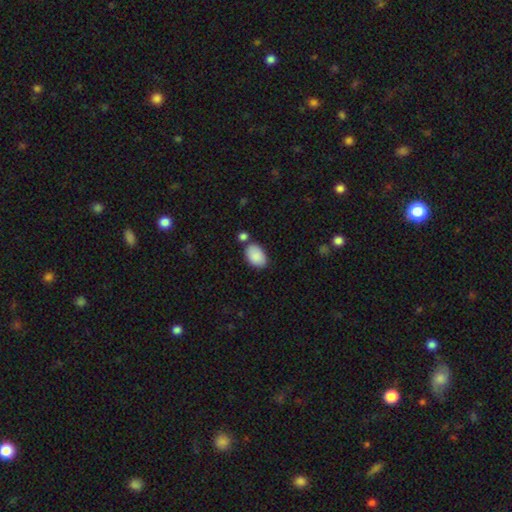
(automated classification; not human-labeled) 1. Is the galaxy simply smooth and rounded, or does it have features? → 89% smooth, 7% star or artifact, 4% featured or disk.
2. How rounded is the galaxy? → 91% in between, 8% round, 1% cigar-shaped.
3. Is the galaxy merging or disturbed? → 71% none, 15% minor disturbance, 10% merger, 4% major disturbance.